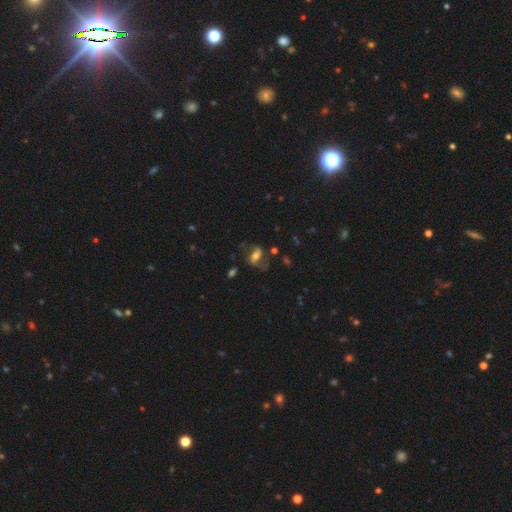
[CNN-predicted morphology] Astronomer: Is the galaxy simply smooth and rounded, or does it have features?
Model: featured or disk — 66%.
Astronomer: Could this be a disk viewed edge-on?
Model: no — 94%.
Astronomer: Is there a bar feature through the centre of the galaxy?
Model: weak — 38% (runner-up: strong, 37%).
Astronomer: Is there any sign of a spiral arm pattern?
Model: yes — 86%.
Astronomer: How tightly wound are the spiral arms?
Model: loose — 53% (runner-up: medium, 37%).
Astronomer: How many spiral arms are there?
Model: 2 — 87%.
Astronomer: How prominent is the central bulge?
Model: moderate — 46% (runner-up: small, 28%).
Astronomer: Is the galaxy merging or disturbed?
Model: none — 58%.